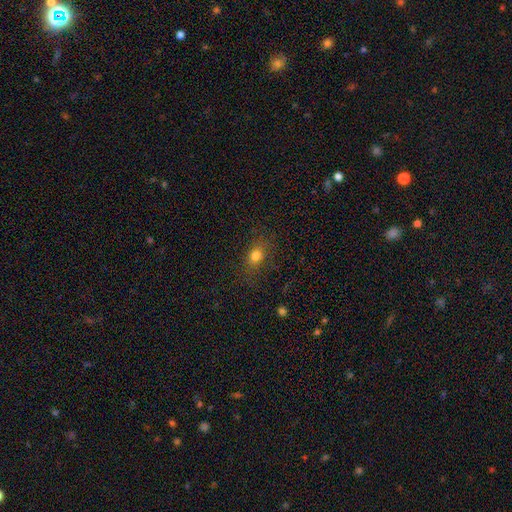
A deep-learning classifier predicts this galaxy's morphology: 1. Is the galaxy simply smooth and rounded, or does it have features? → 77% smooth, 15% star or artifact, 9% featured or disk.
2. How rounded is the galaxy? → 60% in between, 37% round, 3% cigar-shaped.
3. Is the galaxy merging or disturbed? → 80% none, 14% minor disturbance, 5% major disturbance, 1% merger.